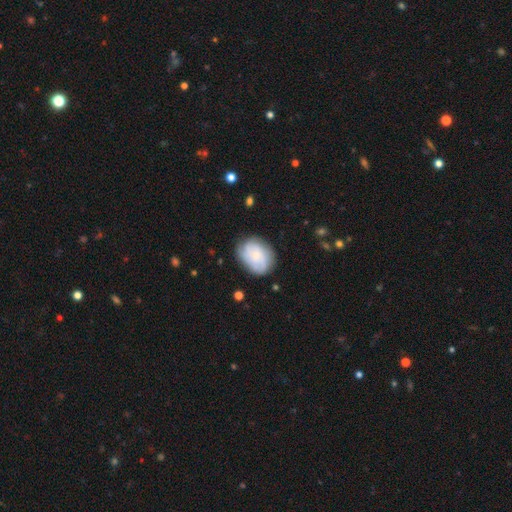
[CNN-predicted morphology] A smooth galaxy with no disk features (50%). Merging: none (71%).